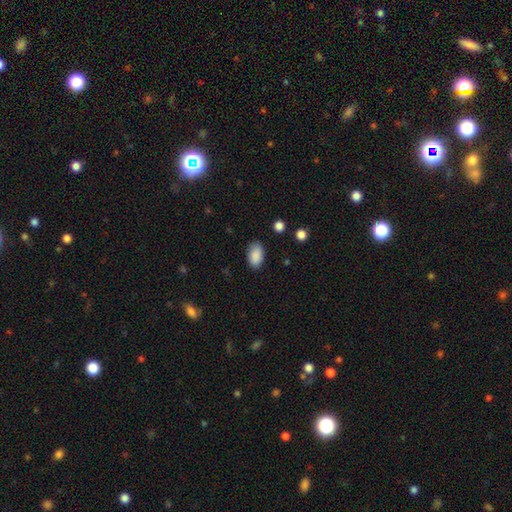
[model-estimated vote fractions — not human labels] Morphology: type=smooth (89%); roundness=in between (91%); merging=none (81%).